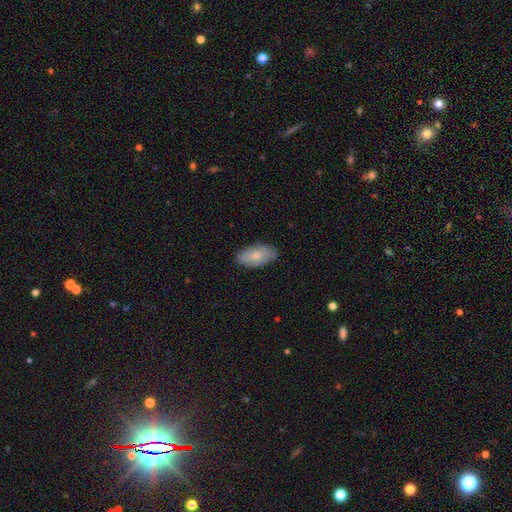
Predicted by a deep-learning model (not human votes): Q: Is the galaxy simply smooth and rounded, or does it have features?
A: smooth — 74%.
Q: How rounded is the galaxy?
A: in between — 94%.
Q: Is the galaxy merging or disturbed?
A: none — 76%.